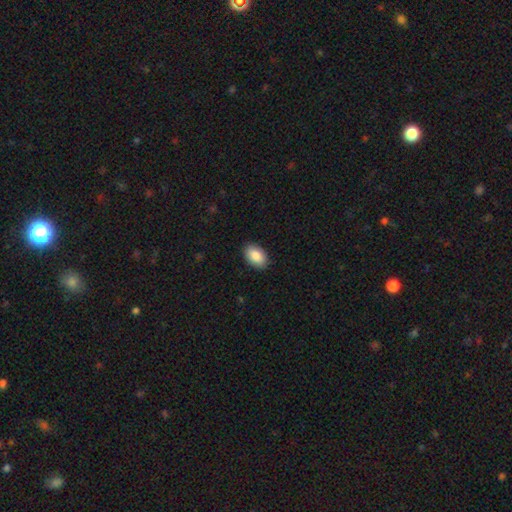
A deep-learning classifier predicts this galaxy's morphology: Smooth or featured? Predicted: smooth (p=0.88). How rounded? Predicted: in between (p=0.92). Merging? Predicted: none (p=0.89).